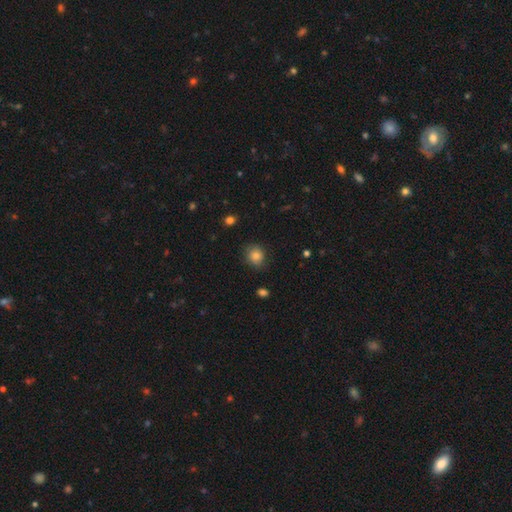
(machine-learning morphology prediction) Smooth or featured: smooth — 82% (star or artifact — 10%)
How rounded: round — 74% (in between — 25%)
Merging: none — 78% (minor disturbance — 17%)